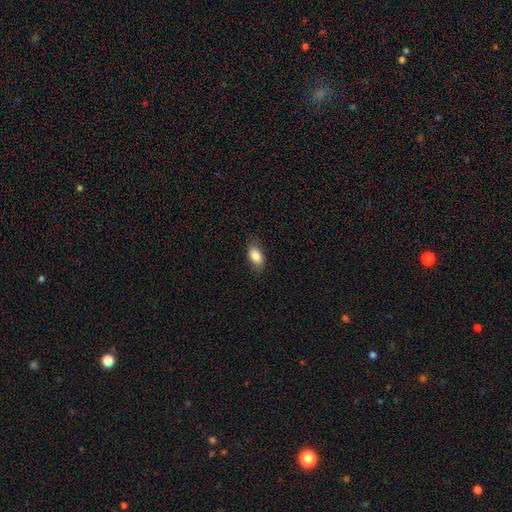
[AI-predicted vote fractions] smooth_or_featured: smooth (p=0.85) [alt: featured or disk p=0.08]
how_rounded: in between (p=0.89) [alt: round p=0.07]
merging: none (p=0.82) [alt: minor disturbance p=0.14]